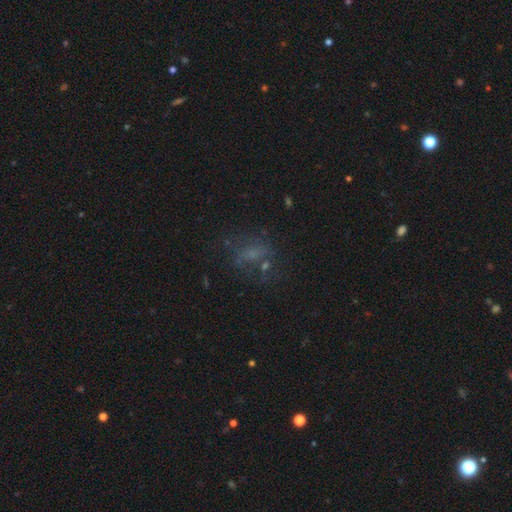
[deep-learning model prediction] star or artifact 36%, smooth 35%, featured or disk 29%.